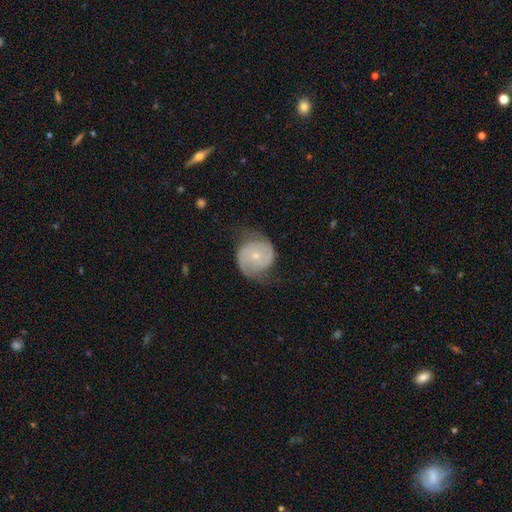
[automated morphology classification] Smooth or featured: featured or disk — 77% (smooth — 17%)
Edge-on disk: no — 98% (yes — 2%)
Bar: no — 76% (weak — 19%)
Spiral arms: yes — 93% (no — 7%)
Spiral winding: medium — 42% (tight — 38%)
Spiral arm count: 2 — 85% (can't tell — 7%)
Bulge size: small — 71% (moderate — 25%)
Merging: none — 67% (minor disturbance — 22%)